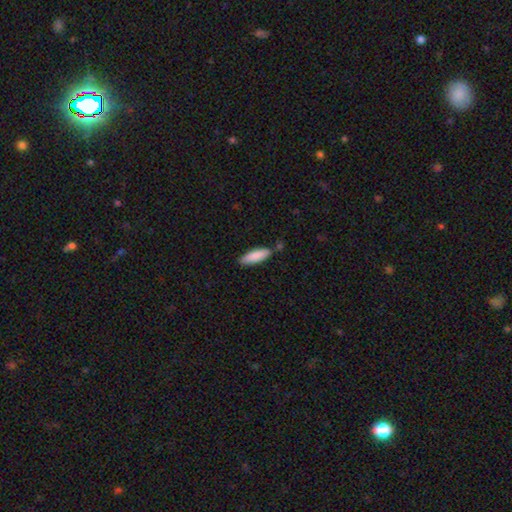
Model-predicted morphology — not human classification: This appears to be a smooth galaxy with no disk features (87%) that is cigar-shaped (51%). Merging: none (79%).